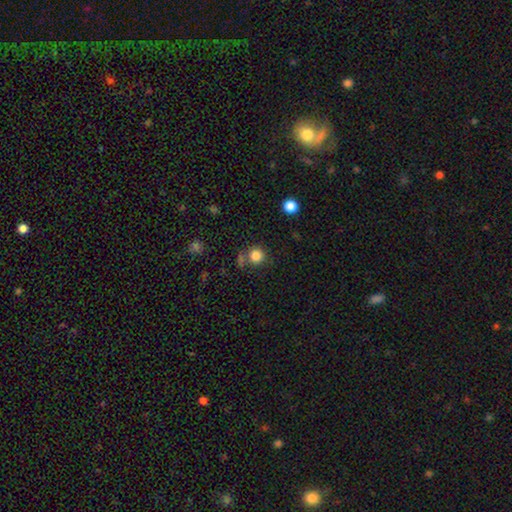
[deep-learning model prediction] This is clearly a smooth galaxy (83%). How rounded: clearly round (92%). Merging: likely none (70%).